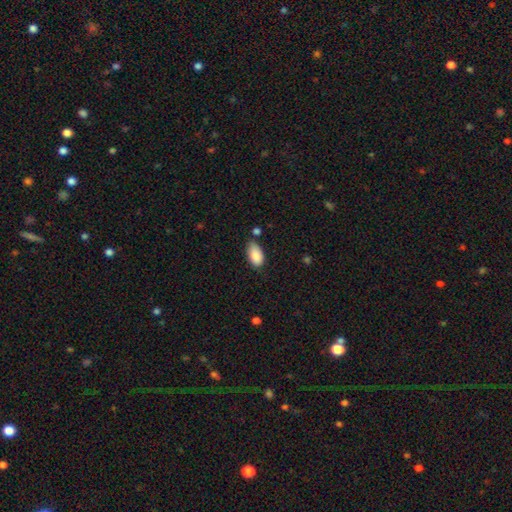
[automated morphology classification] smooth_or_featured: smooth (p=0.88) [alt: star or artifact p=0.07]
how_rounded: in between (p=0.94) [alt: round p=0.03]
merging: none (p=0.65) [alt: minor disturbance p=0.24]